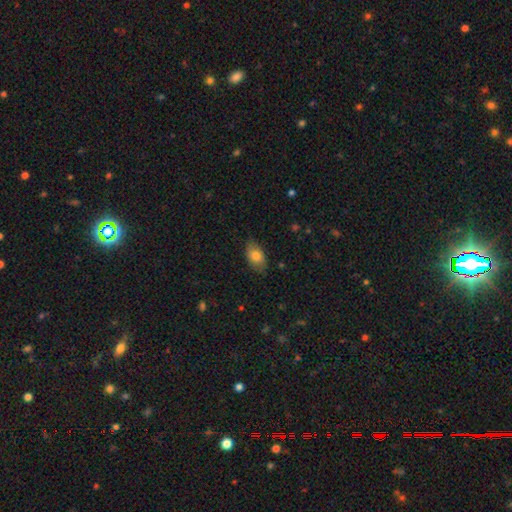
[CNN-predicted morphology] Smooth or featured?
  - smooth: 78% *
  - featured or disk: 15%
  - star or artifact: 7%
How rounded?
  - in between: 90% *
  - round: 8%
  - cigar-shaped: 2%
Merging?
  - none: 77% *
  - minor disturbance: 19%
  - major disturbance: 3%
  - merger: 1%